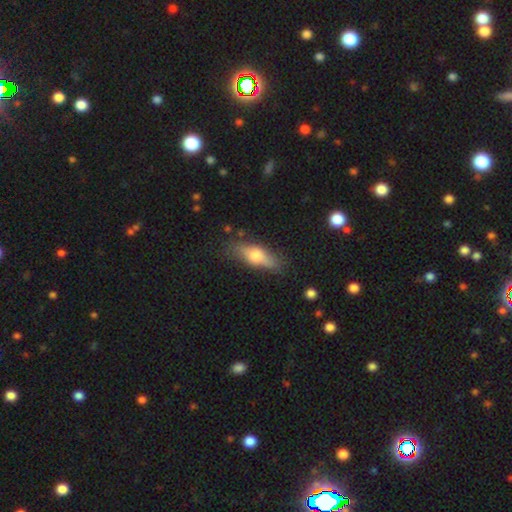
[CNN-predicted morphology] This appears to be a smooth galaxy with no disk features (57%) that is in between round and cigar-shaped (55%). Merging: none (75%).